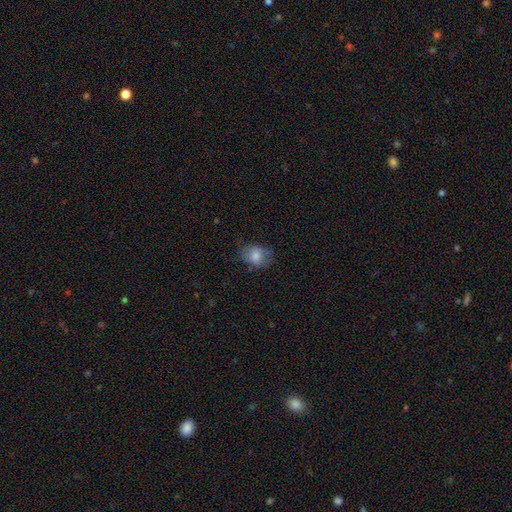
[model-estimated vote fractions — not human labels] The model was most divided on "merging": none: 63%, minor disturbance: 25%, major disturbance: 10%, merger: 1%. More confident: smooth or featured — smooth (74%); how rounded — in between (73%).